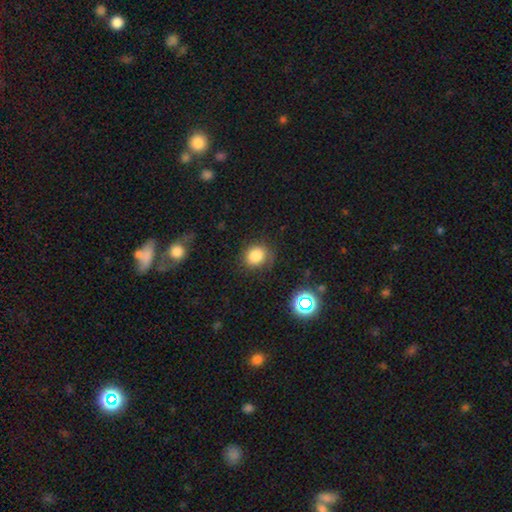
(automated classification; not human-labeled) Smooth or featured: smooth — 79% (star or artifact — 13%)
How rounded: round — 70% (in between — 29%)
Merging: none — 73% (minor disturbance — 18%)